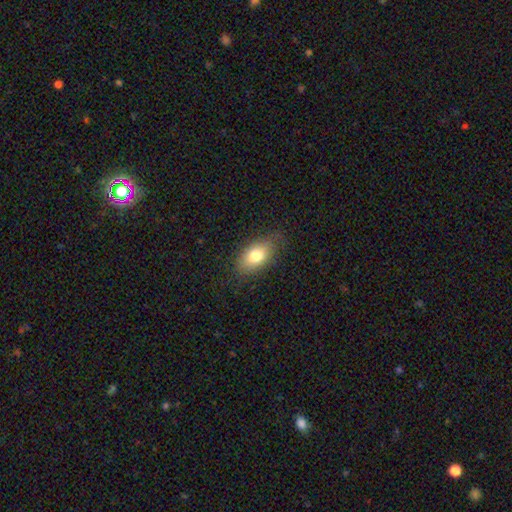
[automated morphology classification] A smooth galaxy with no disk features (77%) that is in between round and cigar-shaped (88%).

Vote fractions:
- Smooth or featured? smooth: 77% / featured or disk: 15% / star or artifact: 8%
- How rounded? in between: 88% / round: 9% / cigar-shaped: 3%
- Merging? none: 77% / minor disturbance: 17% / major disturbance: 4% / merger: 1%